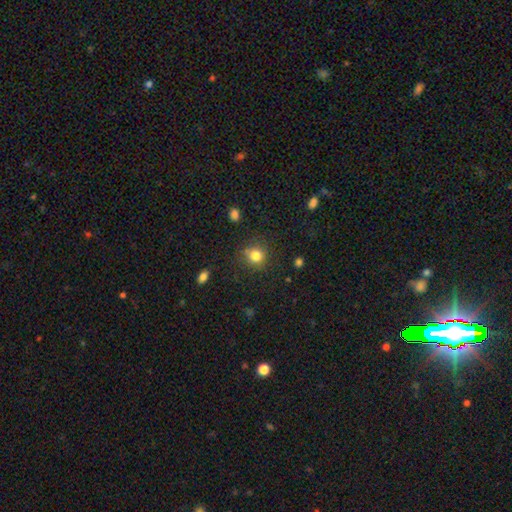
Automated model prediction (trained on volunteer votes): Smooth or featured? smooth (82%)
How rounded? round (86%)
Merging? none (82%)